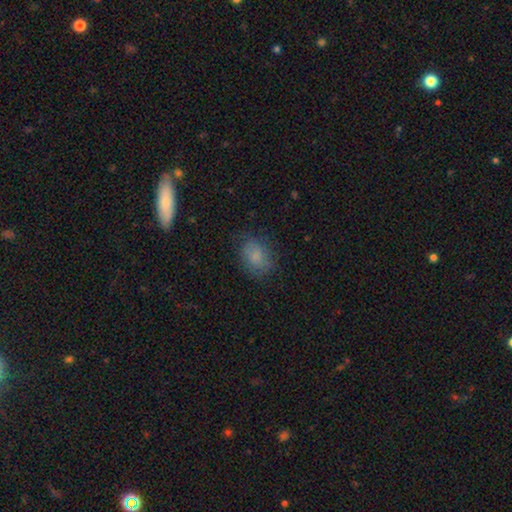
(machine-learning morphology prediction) type=smooth (79%); roundness=in between (62%); merging=none (74%).